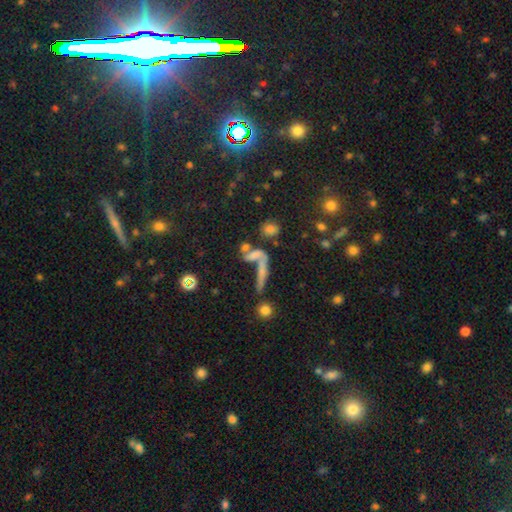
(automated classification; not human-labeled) Smooth or featured?
  - smooth: 55% *
  - featured or disk: 27%
  - star or artifact: 18%
How rounded?
  - cigar-shaped: 56% *
  - in between: 29%
  - round: 14%
Merging?
  - merger: 40% *
  - none: 34%
  - major disturbance: 15%
  - minor disturbance: 11%